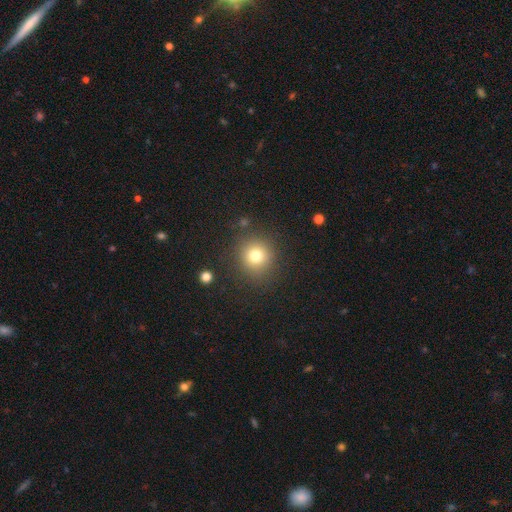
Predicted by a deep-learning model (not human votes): Smooth or featured: smooth — 76% (star or artifact — 14%)
How rounded: round — 92% (in between — 7%)
Merging: none — 87% (minor disturbance — 8%)